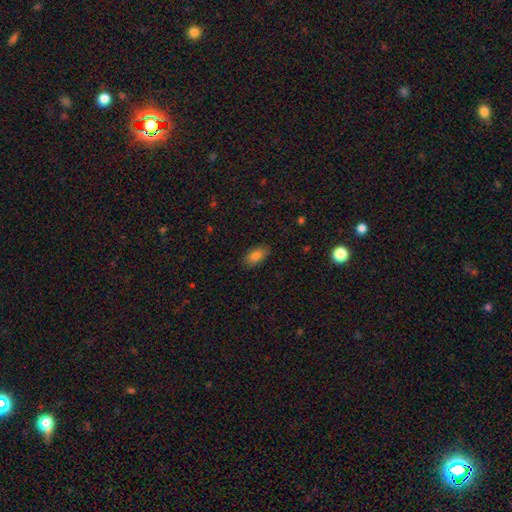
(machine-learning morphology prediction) A smooth galaxy with no disk features (85%) that is in between round and cigar-shaped (92%). Merging: none (86%).